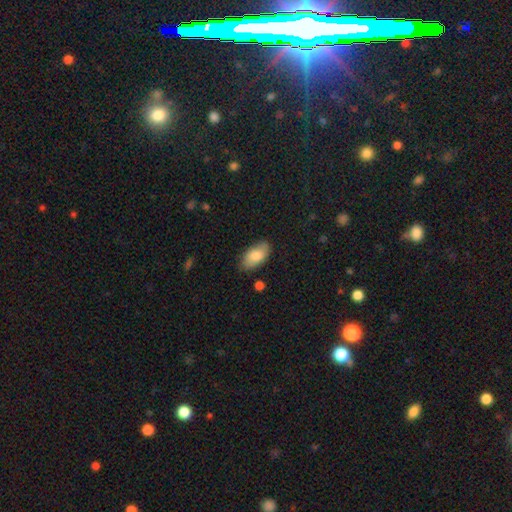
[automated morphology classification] smooth_or_featured: smooth (p=0.79) [alt: featured or disk p=0.15]
how_rounded: in between (p=0.94) [alt: round p=0.03]
merging: none (p=0.79) [alt: minor disturbance p=0.16]